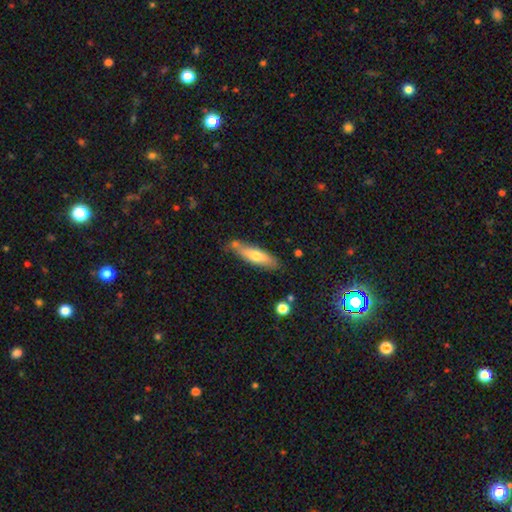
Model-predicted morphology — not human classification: A smooth galaxy with no disk features (60%) that is cigar-shaped (64%).

Vote fractions:
- Smooth or featured? smooth: 60% / featured or disk: 34% / star or artifact: 6%
- How rounded? cigar-shaped: 64% / in between: 34% / round: 2%
- Merging? none: 69% / minor disturbance: 18% / merger: 9% / major disturbance: 4%